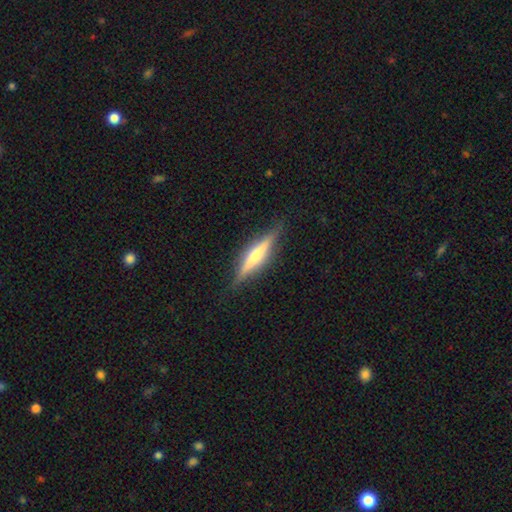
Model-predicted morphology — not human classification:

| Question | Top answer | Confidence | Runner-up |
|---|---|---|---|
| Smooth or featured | featured or disk | 66% | smooth (28%) |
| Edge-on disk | yes | 96% | no (4%) |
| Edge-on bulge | rounded | 66% | none (21%) |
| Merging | none | 87% | minor disturbance (10%) |